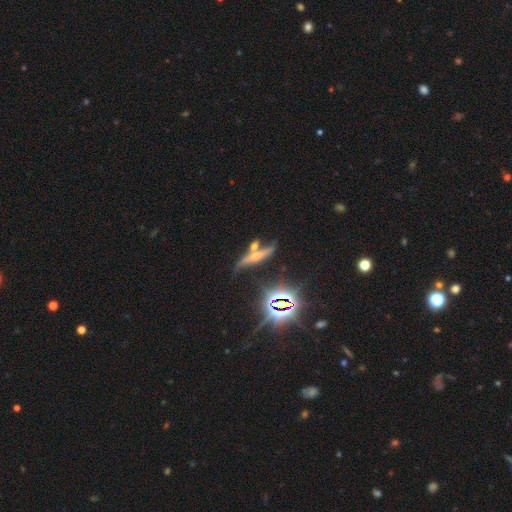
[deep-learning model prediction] Smooth or featured?
  - featured or disk: 53% *
  - star or artifact: 26%
  - smooth: 20%
Edge-on disk?
  - yes: 71% *
  - no: 29%
Merging?
  - none: 50% *
  - merger: 26%
  - minor disturbance: 16%
  - major disturbance: 8%